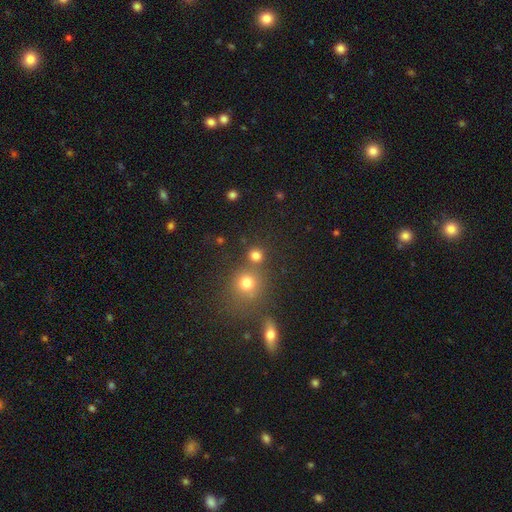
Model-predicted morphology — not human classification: Overall: smooth (77%). How rounded: round (90%). Merging: none (69%).